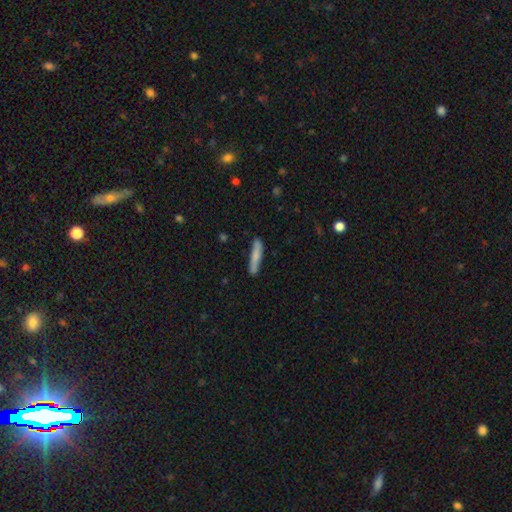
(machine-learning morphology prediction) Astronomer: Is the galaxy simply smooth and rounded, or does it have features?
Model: smooth — 75%.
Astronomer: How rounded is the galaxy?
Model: cigar-shaped — 93%.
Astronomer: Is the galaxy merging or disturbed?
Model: none — 82%.